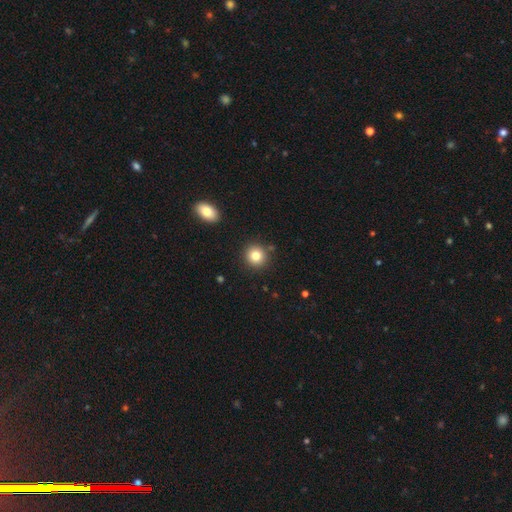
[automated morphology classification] type=smooth (81%); roundness=round (90%); merging=none (88%).